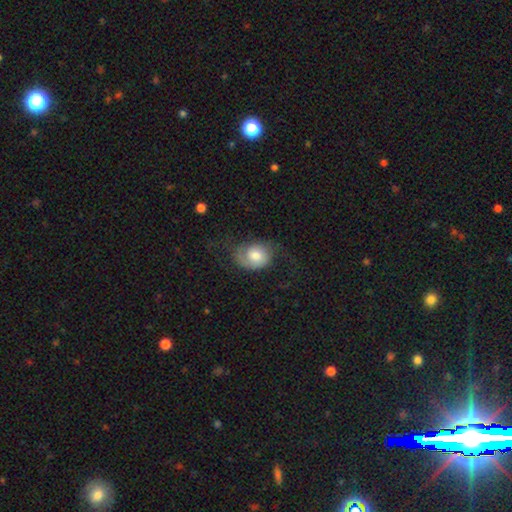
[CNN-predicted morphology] smooth 49%, featured or disk 43%, star or artifact 8%. Down the decision tree: merging — none (48%).